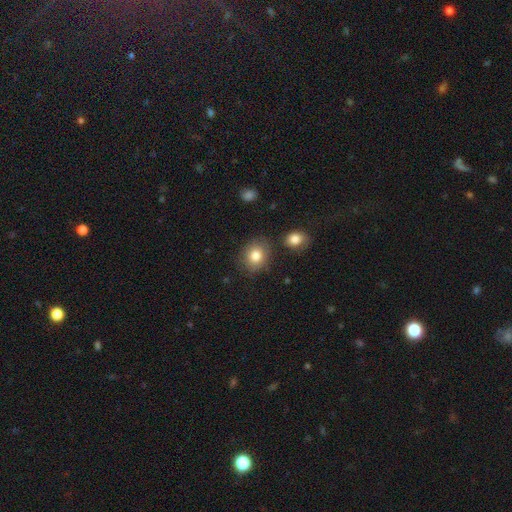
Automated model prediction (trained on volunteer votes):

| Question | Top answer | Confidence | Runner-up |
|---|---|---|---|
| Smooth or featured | smooth | 81% | star or artifact (9%) |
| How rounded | round | 61% | in between (38%) |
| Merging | none | 80% | minor disturbance (12%) |